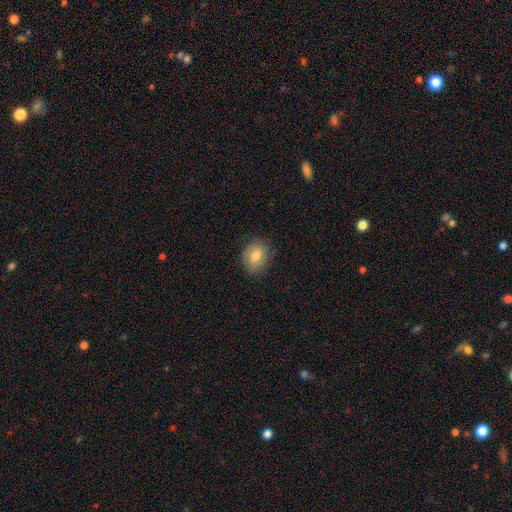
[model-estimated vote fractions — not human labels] Smooth or featured?
  - smooth: 77% *
  - featured or disk: 15%
  - star or artifact: 8%
How rounded?
  - in between: 54% *
  - round: 45%
  - cigar-shaped: 1%
Merging?
  - none: 82% *
  - minor disturbance: 14%
  - major disturbance: 3%
  - merger: 1%